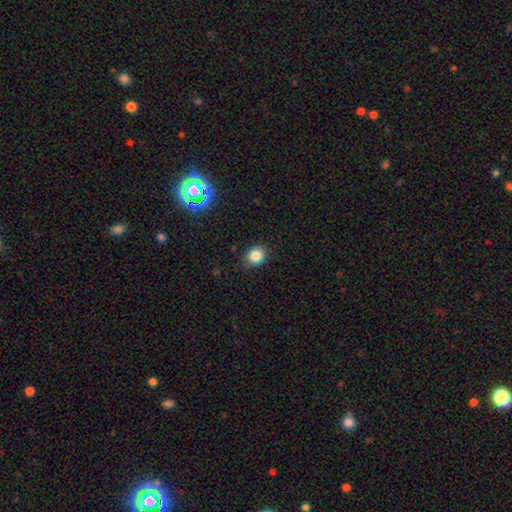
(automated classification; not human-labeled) smooth 83%, star or artifact 11%, featured or disk 6%. Down the decision tree: how rounded — round (63%); merging — none (86%).